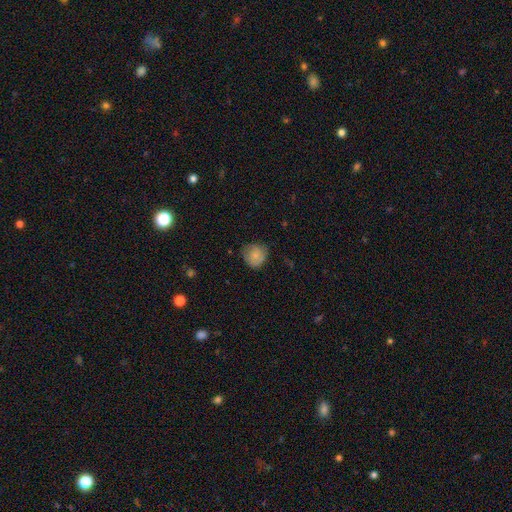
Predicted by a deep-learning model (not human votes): smooth-or-featured: smooth: 76% | featured or disk: 16% | star or artifact: 8%
  how-rounded: round: 83% | in between: 16% | cigar-shaped: 1%
  merging: none: 64% | minor disturbance: 28% | major disturbance: 6% | merger: 1%